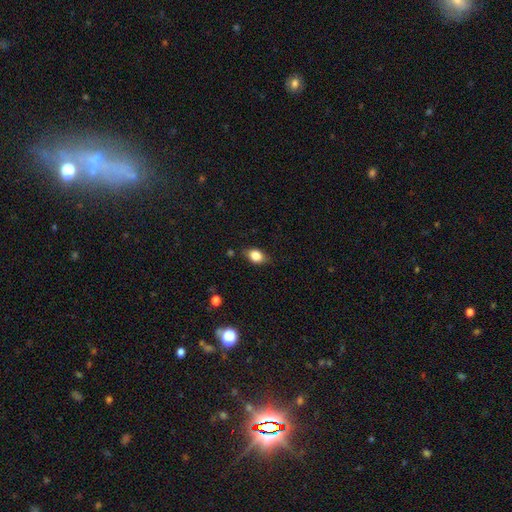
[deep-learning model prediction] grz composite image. It shows a smooth galaxy with no disk features (82%) that is in between round and cigar-shaped (76%). Merging: none (75%).